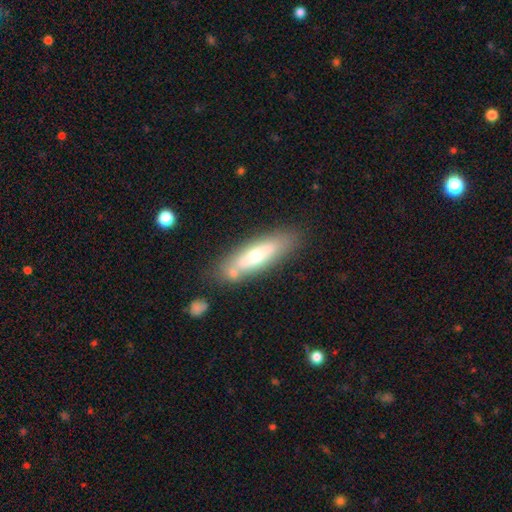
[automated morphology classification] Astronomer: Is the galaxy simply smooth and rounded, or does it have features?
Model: smooth — 50% (runner-up: featured or disk, 43%).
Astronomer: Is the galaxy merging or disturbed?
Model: none — 75%.